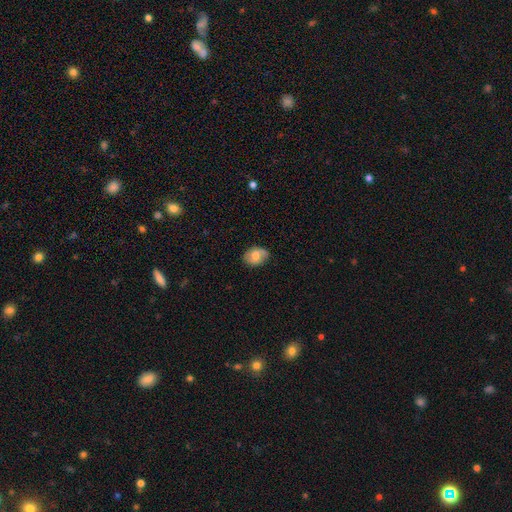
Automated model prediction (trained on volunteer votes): smooth-or-featured: smooth: 61% | featured or disk: 31% | star or artifact: 8%
  how-rounded: in between: 72% | round: 27% | cigar-shaped: 1%
  merging: none: 71% | minor disturbance: 22% | major disturbance: 5% | merger: 2%